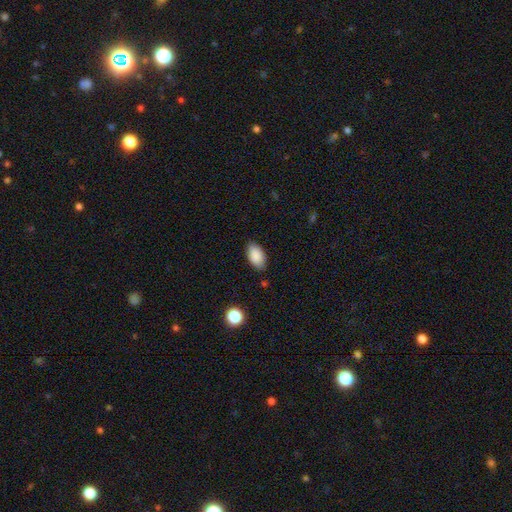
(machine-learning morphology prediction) smooth 89%, star or artifact 7%, featured or disk 4%. Down the decision tree: how rounded — in between (94%); merging — none (82%).